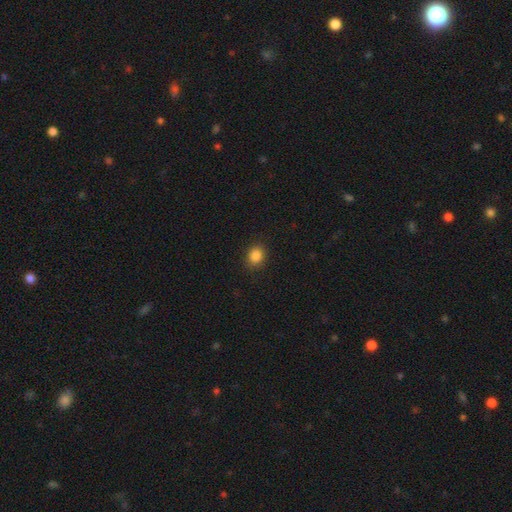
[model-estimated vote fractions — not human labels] Smooth or featured: smooth — 86% (star or artifact — 11%)
How rounded: round — 67% (in between — 32%)
Merging: none — 90% (minor disturbance — 7%)